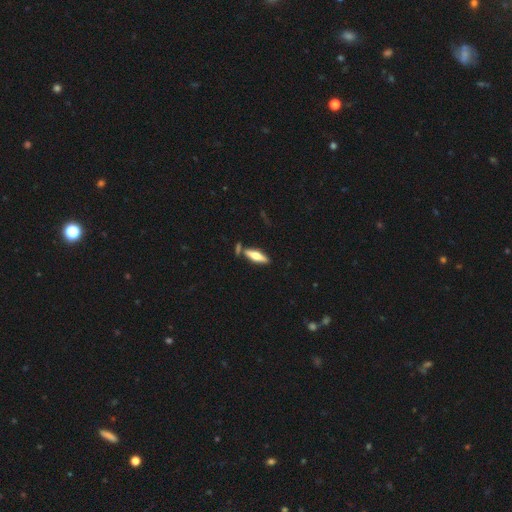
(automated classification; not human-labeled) Smooth or featured? smooth (50%)
Merging? none (73%)